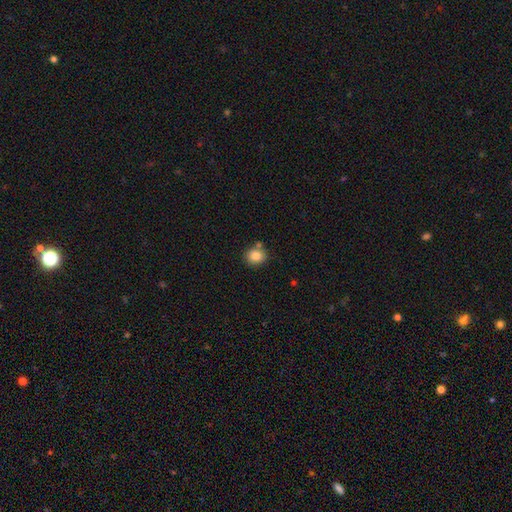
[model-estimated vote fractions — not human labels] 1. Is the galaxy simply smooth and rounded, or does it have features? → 85% smooth, 9% star or artifact, 6% featured or disk.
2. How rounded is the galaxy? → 75% round, 24% in between, 1% cigar-shaped.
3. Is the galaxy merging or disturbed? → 72% none, 13% merger, 12% minor disturbance, 3% major disturbance.